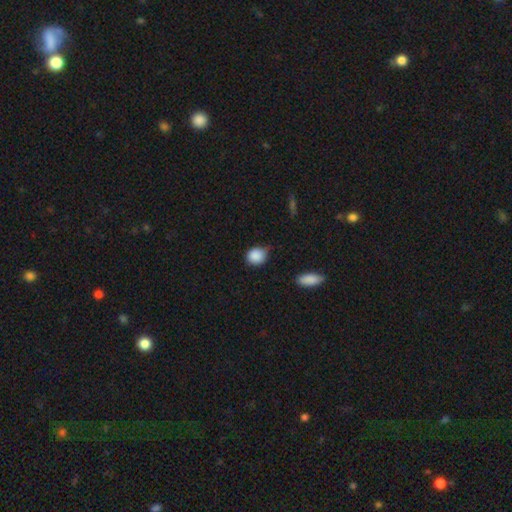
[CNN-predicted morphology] This appears to be a smooth galaxy with no disk features (88%) that is round (75%). Merging: none (61%).